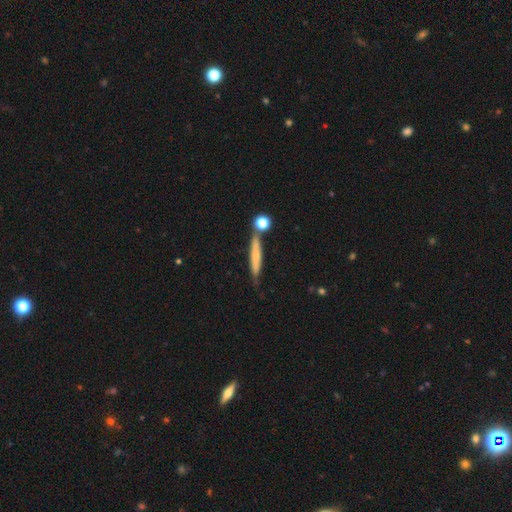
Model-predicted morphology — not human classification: Smooth or featured: smooth — 59% (featured or disk — 33%)
How rounded: cigar-shaped — 91% (in between — 6%)
Merging: none — 71% (minor disturbance — 15%)